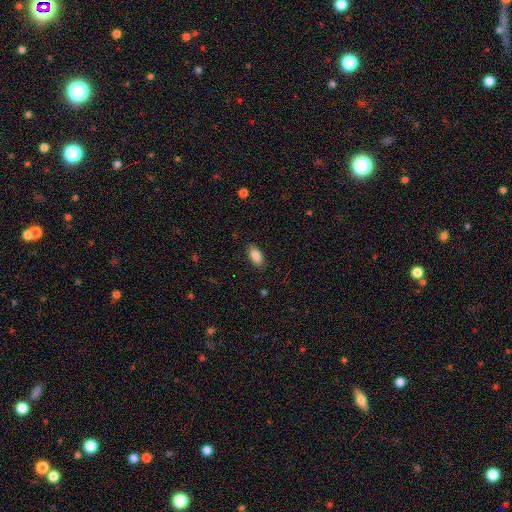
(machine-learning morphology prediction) This is clearly a smooth galaxy (87%). How rounded: clearly in between (93%). Merging: clearly none (87%).